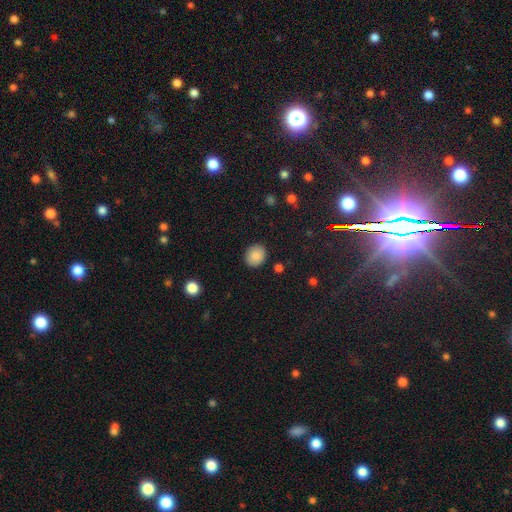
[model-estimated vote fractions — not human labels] Smooth or featured? smooth (87%)
How rounded? round (63%)
Merging? none (88%)